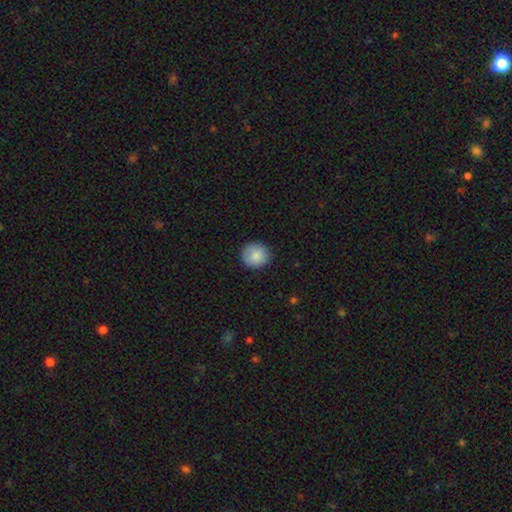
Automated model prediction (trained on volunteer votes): Smooth or featured? Predicted: smooth (p=0.86). How rounded? Predicted: round (p=0.90). Merging? Predicted: none (p=0.87).